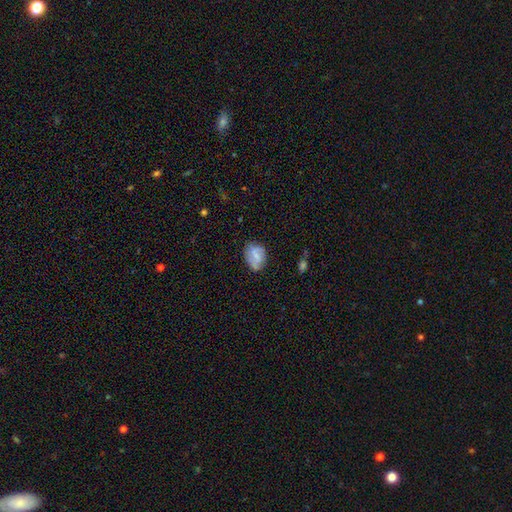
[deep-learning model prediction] Q: Smooth or featured?
A: smooth (56%); runner-up: featured or disk (35%)
Q: How rounded?
A: in between (70%); runner-up: round (29%)
Q: Merging?
A: none (67%); runner-up: minor disturbance (24%)